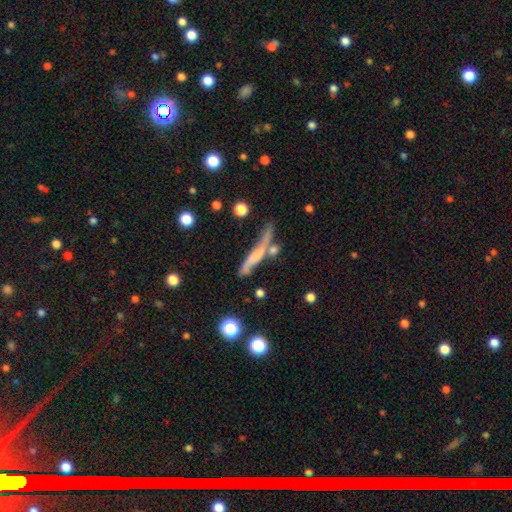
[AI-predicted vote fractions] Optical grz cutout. It shows a smooth galaxy with no disk features (51%) that is cigar-shaped (89%). Merging: none (52%).